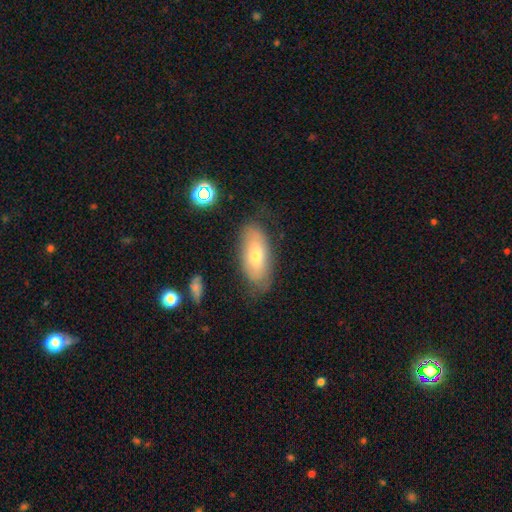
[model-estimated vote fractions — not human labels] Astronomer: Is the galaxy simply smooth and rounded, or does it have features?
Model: smooth — 64%.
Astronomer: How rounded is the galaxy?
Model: in between — 88%.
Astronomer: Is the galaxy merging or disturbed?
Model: none — 73%.